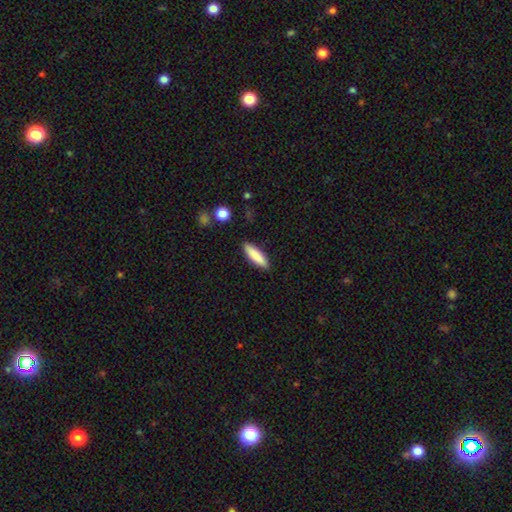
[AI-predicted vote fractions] Smooth or featured? smooth (86%)
How rounded? cigar-shaped (65%)
Merging? none (89%)